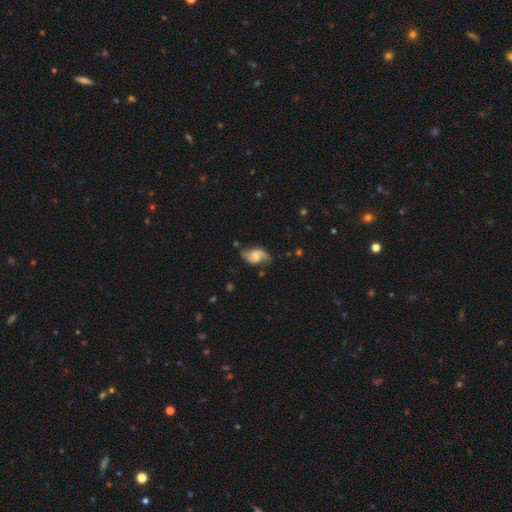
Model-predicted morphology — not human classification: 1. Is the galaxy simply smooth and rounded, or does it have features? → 74% featured or disk, 19% smooth, 8% star or artifact.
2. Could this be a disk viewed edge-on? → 97% no, 3% yes.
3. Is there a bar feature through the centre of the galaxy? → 51% no, 40% weak, 10% strong.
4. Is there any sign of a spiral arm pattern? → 95% yes, 5% no.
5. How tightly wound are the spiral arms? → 54% loose, 35% medium, 10% tight.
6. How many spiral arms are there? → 91% 2, 4% can't tell, 3% 1, 1% 3, 1% 4, 1% more than 4.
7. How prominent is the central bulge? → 31% none, 27% small, 26% moderate, 13% large, 3% dominant.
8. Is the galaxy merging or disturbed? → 69% none, 21% minor disturbance, 8% major disturbance, 3% merger.